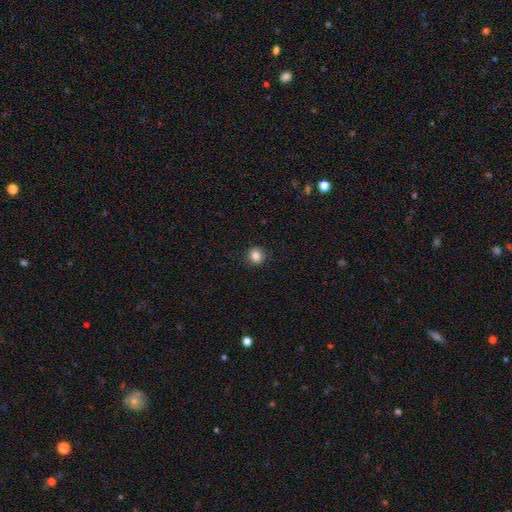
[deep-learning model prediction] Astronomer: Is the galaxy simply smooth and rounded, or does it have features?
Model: smooth — 85%.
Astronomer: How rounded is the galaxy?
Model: round — 88%.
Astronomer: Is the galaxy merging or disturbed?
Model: none — 90%.